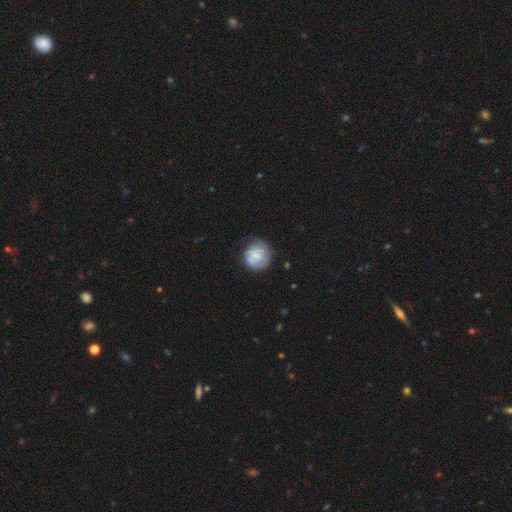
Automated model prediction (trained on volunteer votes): Smooth or featured? smooth (59%)
How rounded? round (86%)
Merging? none (68%)